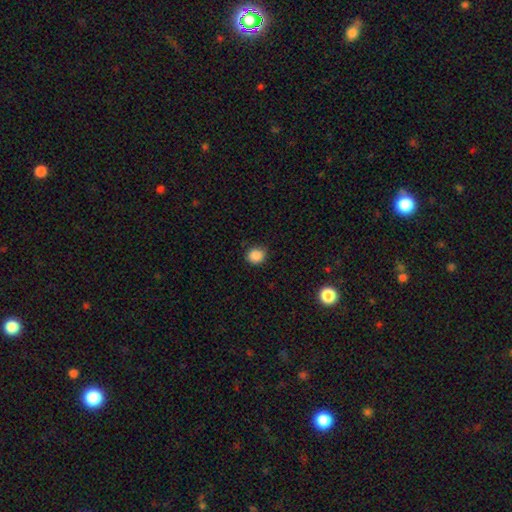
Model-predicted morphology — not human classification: Smooth or featured? smooth (87%)
How rounded? round (78%)
Merging? none (80%)